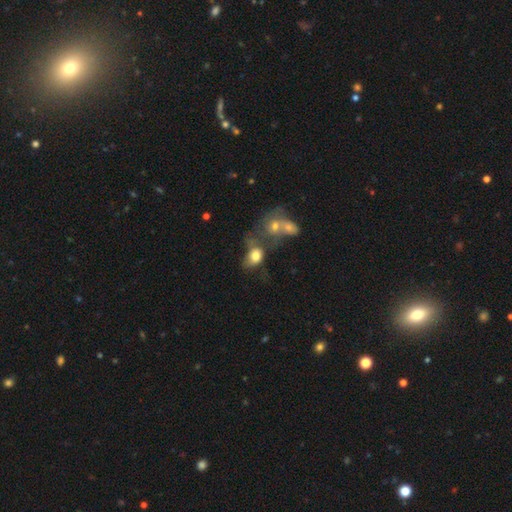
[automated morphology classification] The model was most divided on "merging": merger: 42%, none: 23%, major disturbance: 18%, minor disturbance: 17%. More confident: smooth or featured — smooth (72%); how rounded — in between (66%).